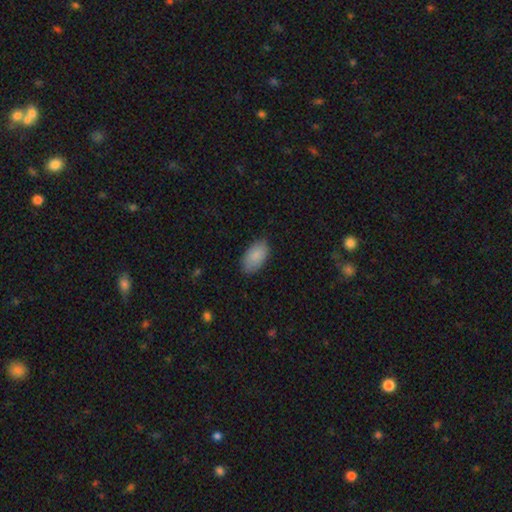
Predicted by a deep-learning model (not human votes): The model was most divided on "merging": none: 83%, minor disturbance: 14%, major disturbance: 3%, merger: 1%. More confident: how rounded — in between (95%); smooth or featured — smooth (88%).